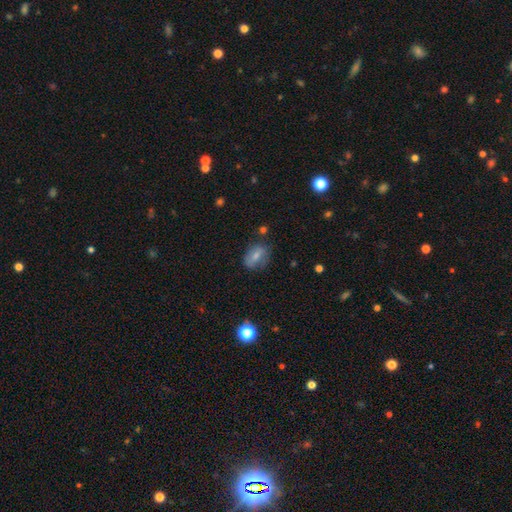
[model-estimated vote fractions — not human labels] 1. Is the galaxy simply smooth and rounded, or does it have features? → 66% smooth, 25% featured or disk, 9% star or artifact.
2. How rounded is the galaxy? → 76% in between, 20% round, 3% cigar-shaped.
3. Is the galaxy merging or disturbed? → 68% none, 22% minor disturbance, 7% major disturbance, 3% merger.